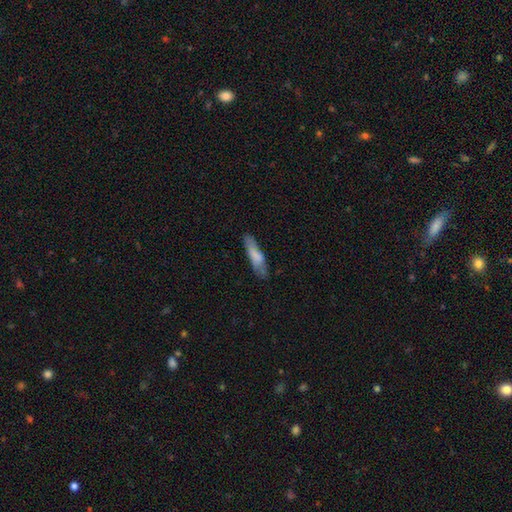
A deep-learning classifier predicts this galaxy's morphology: Q: Smooth or featured?
A: smooth (73%); runner-up: featured or disk (21%)
Q: How rounded?
A: cigar-shaped (70%); runner-up: in between (28%)
Q: Merging?
A: none (71%); runner-up: minor disturbance (21%)